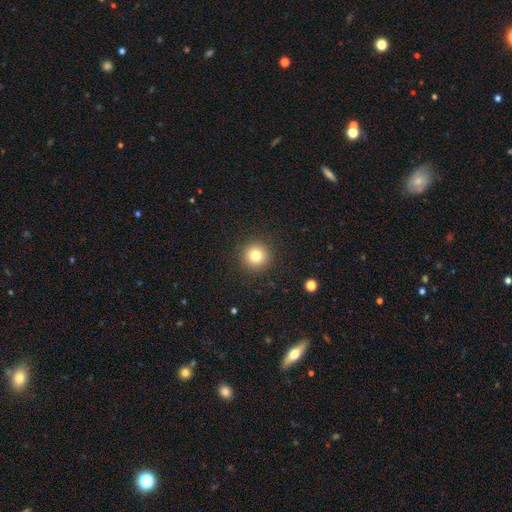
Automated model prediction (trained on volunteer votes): The model was most divided on "smooth or featured": smooth: 80%, star or artifact: 12%, featured or disk: 8%. More confident: how rounded — round (95%); merging — none (91%).